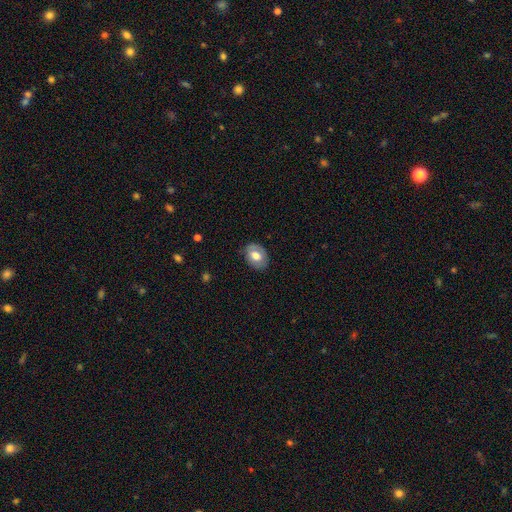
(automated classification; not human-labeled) Morphology: type=smooth (65%); roundness=in between (74%); merging=none (80%).